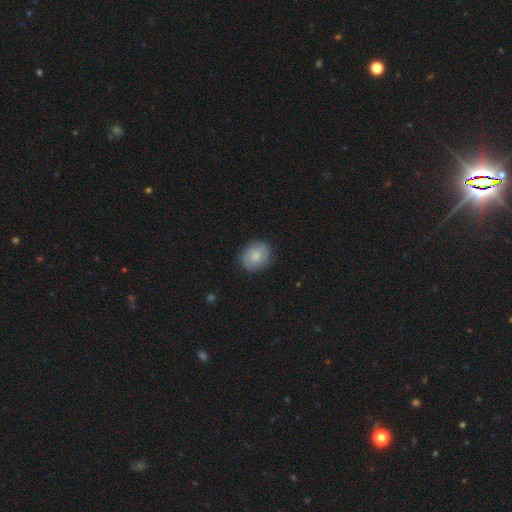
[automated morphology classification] Smooth or featured: smooth — 77% (featured or disk — 16%)
How rounded: round — 57% (in between — 42%)
Merging: none — 83% (minor disturbance — 13%)